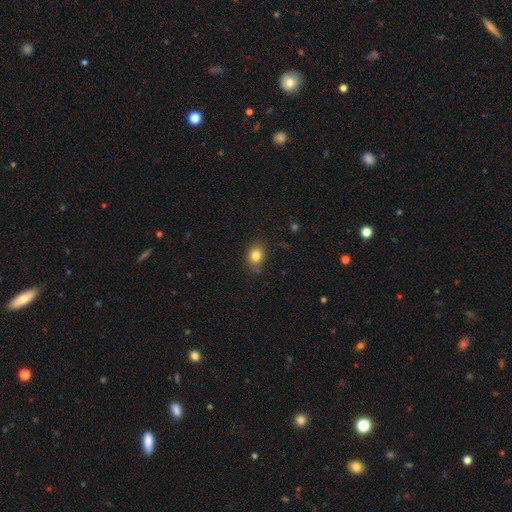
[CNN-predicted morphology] Smooth or featured: smooth — 82% (star or artifact — 11%)
How rounded: in between — 53% (round — 46%)
Merging: none — 77% (minor disturbance — 17%)